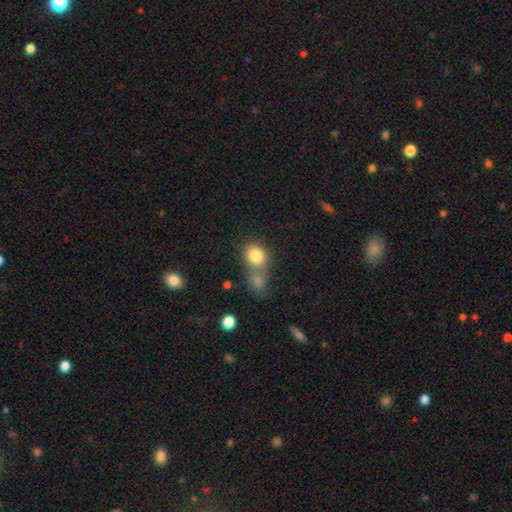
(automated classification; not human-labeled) smooth_or_featured: smooth (p=0.81) [alt: star or artifact p=0.10]
how_rounded: round (p=0.67) [alt: in between p=0.32]
merging: merger (p=0.44) [alt: none p=0.40]